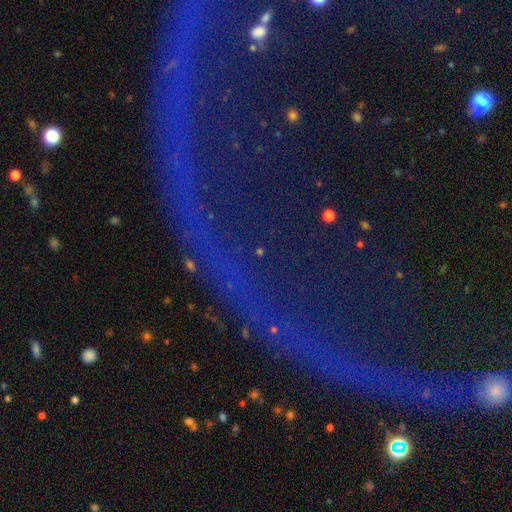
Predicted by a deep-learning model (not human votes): Smooth or featured: star or artifact — 59% (featured or disk — 27%)